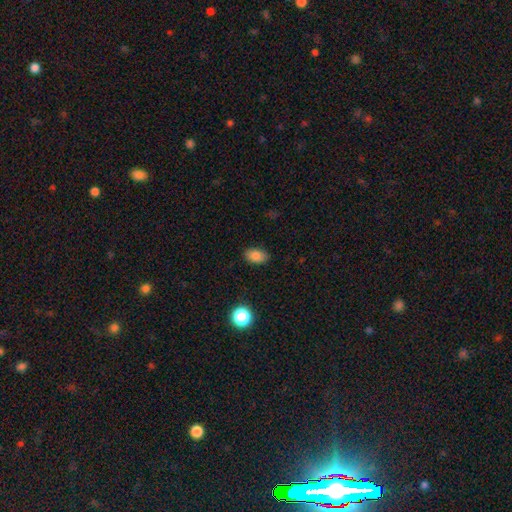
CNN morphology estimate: Smooth or featured: smooth — 83% (star or artifact — 10%)
How rounded: in between — 88% (round — 11%)
Merging: none — 86% (minor disturbance — 11%)